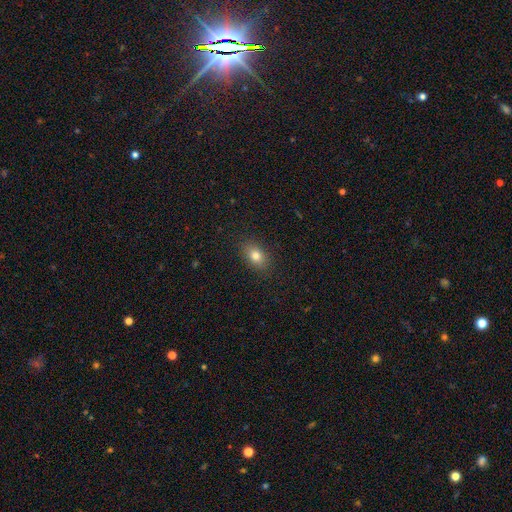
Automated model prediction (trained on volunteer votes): Smooth or featured?
  - smooth: 79% *
  - star or artifact: 10%
  - featured or disk: 10%
How rounded?
  - in between: 81% *
  - round: 17%
  - cigar-shaped: 2%
Merging?
  - none: 88% *
  - minor disturbance: 9%
  - major disturbance: 2%
  - merger: 1%